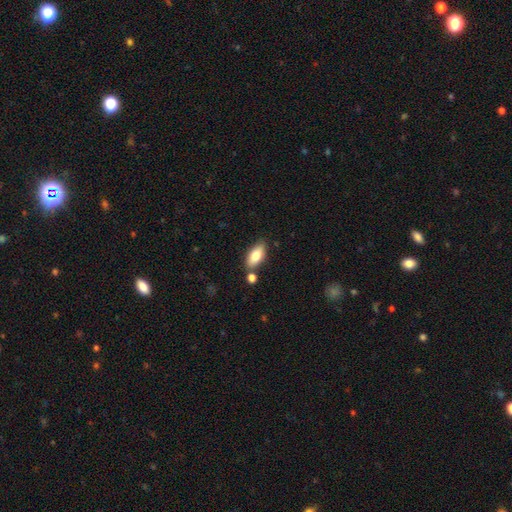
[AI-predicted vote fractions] smooth-or-featured: smooth: 79% | featured or disk: 14% | star or artifact: 7%
  how-rounded: in between: 88% | cigar-shaped: 9% | round: 3%
  merging: none: 75% | minor disturbance: 12% | merger: 10% | major disturbance: 3%